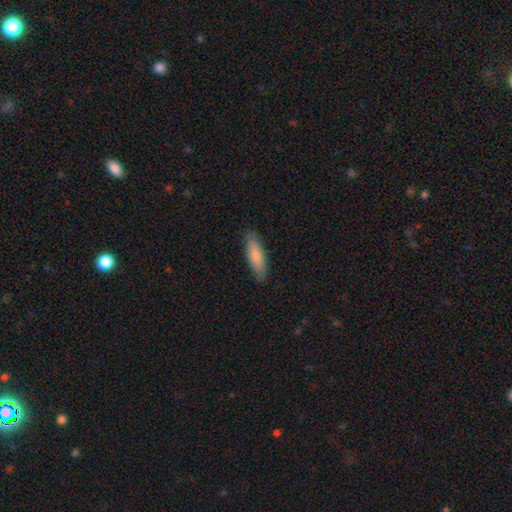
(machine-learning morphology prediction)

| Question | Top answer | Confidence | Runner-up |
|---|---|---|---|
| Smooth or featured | smooth | 80% | featured or disk (15%) |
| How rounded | cigar-shaped | 53% | in between (45%) |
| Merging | none | 86% | minor disturbance (11%) |